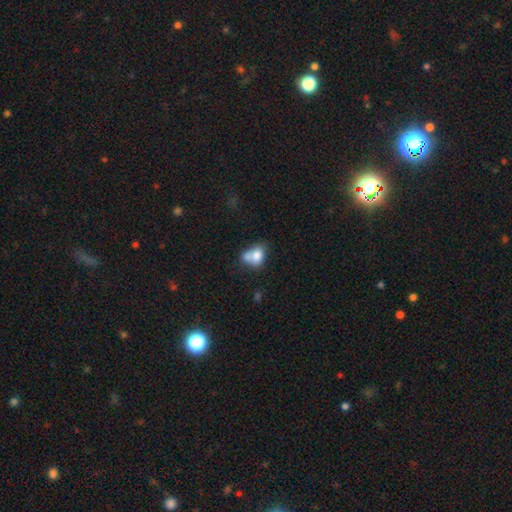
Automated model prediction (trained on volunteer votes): Smooth or featured?
  - smooth: 75% *
  - featured or disk: 16%
  - star or artifact: 9%
How rounded?
  - in between: 65% *
  - round: 34%
  - cigar-shaped: 1%
Merging?
  - merger: 56% *
  - none: 25%
  - minor disturbance: 12%
  - major disturbance: 6%